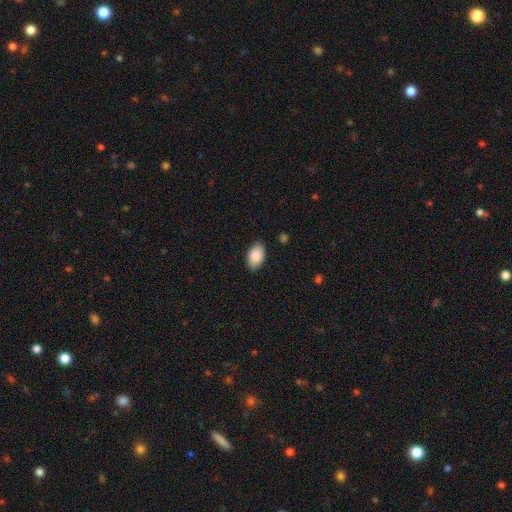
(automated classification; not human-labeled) smooth-or-featured: smooth: 88% | star or artifact: 6% | featured or disk: 5%
  how-rounded: in between: 92% | round: 7% | cigar-shaped: 1%
  merging: none: 84% | minor disturbance: 13% | major disturbance: 3% | merger: 1%